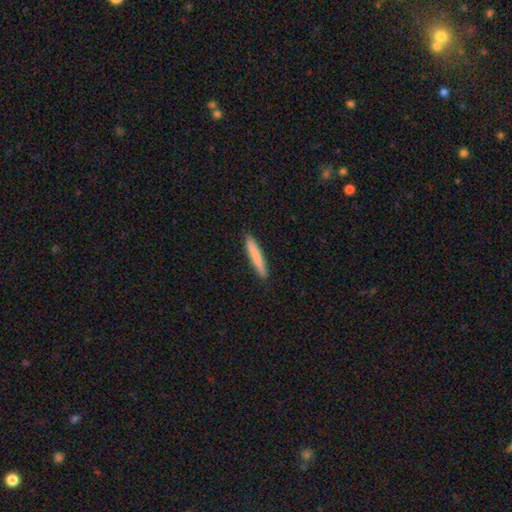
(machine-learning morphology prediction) This is clearly a smooth galaxy (81%). How rounded: clearly cigar-shaped (94%). Merging: clearly none (91%).